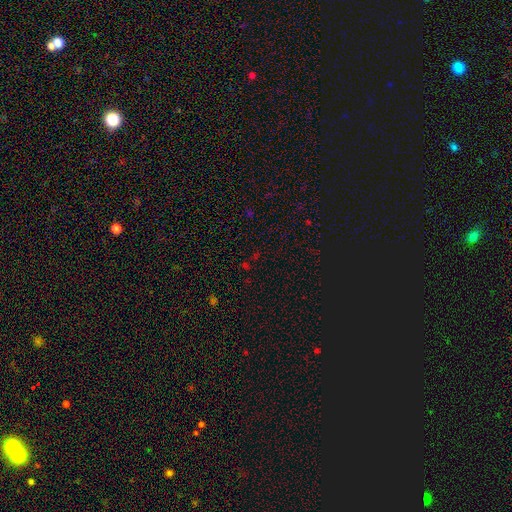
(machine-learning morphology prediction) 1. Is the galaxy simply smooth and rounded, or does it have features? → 60% star or artifact, 32% smooth, 8% featured or disk.